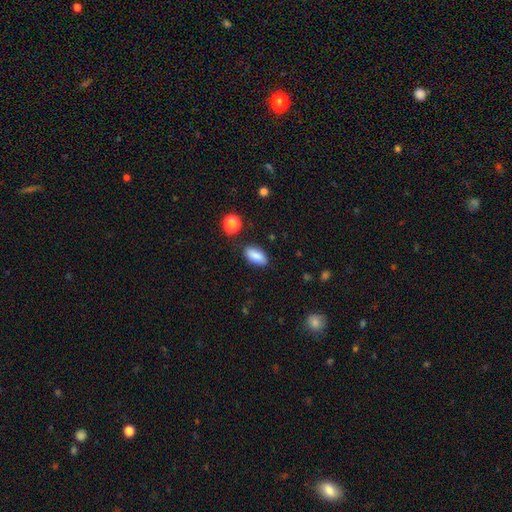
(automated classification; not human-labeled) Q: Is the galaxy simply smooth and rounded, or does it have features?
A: smooth — 86%.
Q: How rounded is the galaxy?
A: in between — 88%.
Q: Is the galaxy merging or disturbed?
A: none — 83%.